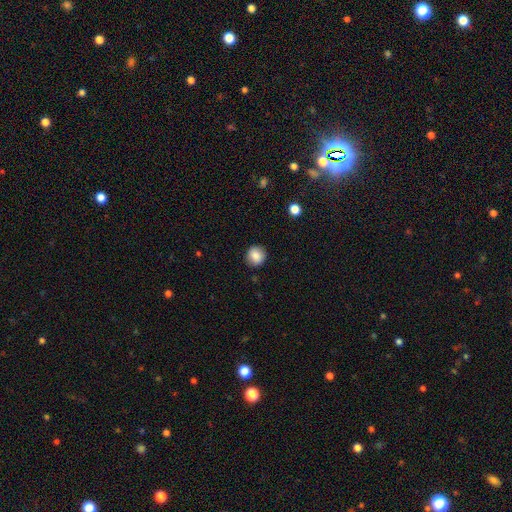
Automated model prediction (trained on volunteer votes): smooth-or-featured: smooth: 84% | star or artifact: 9% | featured or disk: 7%
  how-rounded: round: 89% | in between: 10% | cigar-shaped: 1%
  merging: none: 89% | minor disturbance: 8% | major disturbance: 2% | merger: 1%